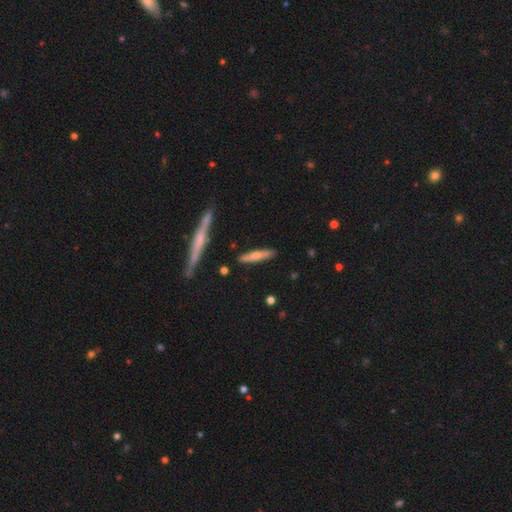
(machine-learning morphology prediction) smooth 63%, featured or disk 32%, star or artifact 6%. Down the decision tree: how rounded — cigar-shaped (88%); merging — none (84%).